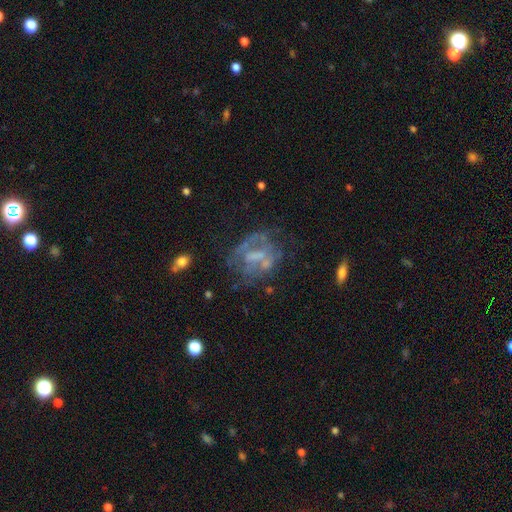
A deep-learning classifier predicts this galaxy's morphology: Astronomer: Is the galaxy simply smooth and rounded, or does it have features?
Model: featured or disk — 66%.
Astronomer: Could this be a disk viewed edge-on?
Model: no — 96%.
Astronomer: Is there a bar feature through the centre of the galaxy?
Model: no — 52% (runner-up: weak, 33%).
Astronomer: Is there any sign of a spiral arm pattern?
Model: no — 67%.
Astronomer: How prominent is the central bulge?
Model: none — 48% (runner-up: small, 24%).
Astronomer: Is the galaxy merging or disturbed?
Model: none — 47% (runner-up: major disturbance, 25%).